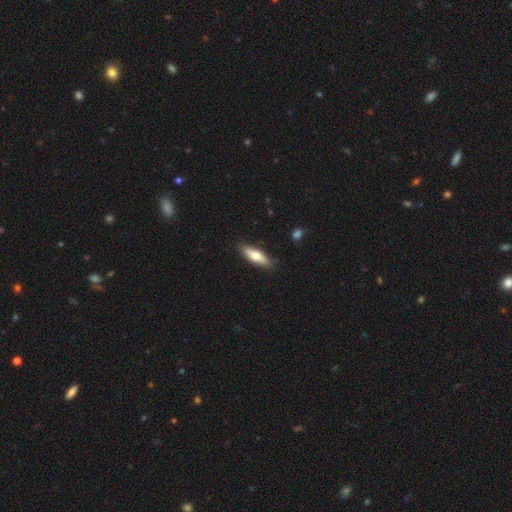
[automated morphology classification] A smooth galaxy with no disk features (67%) that is cigar-shaped (51%).

Vote fractions:
- Smooth or featured? smooth: 67% / featured or disk: 28% / star or artifact: 6%
- How rounded? cigar-shaped: 51% / in between: 47% / round: 2%
- Merging? none: 84% / minor disturbance: 12% / major disturbance: 2% / merger: 1%